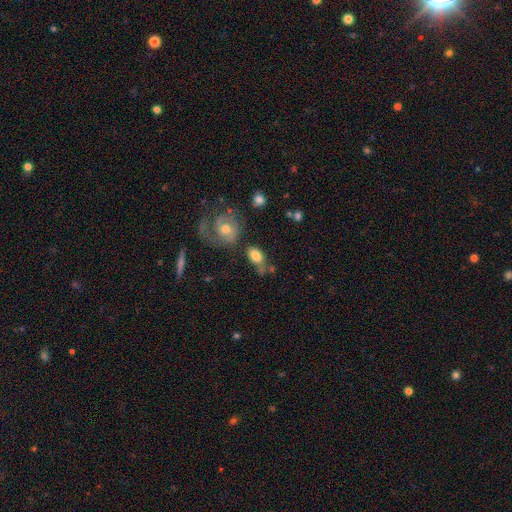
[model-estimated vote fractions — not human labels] This appears to be a smooth galaxy with no disk features (76%) that is in between round and cigar-shaped (85%). Merging: none (43%).